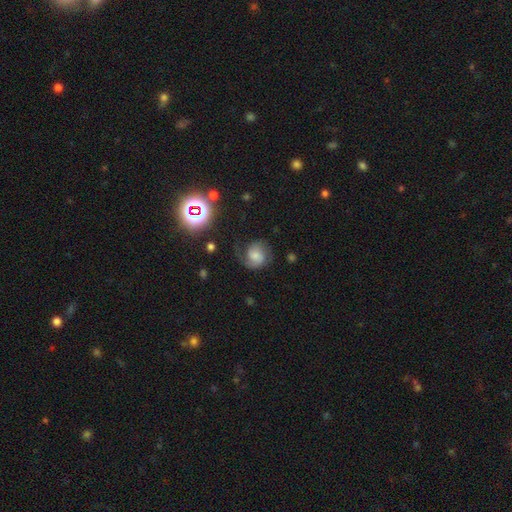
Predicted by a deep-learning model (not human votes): Smooth or featured: featured or disk — 56% (smooth — 32%)
Edge-on disk: no — 98% (yes — 2%)
Bar: no — 64% (weak — 29%)
Spiral arms: yes — 91% (no — 9%)
Spiral winding: medium — 44% (tight — 29%)
Spiral arm count: 2 — 60% (1 — 28%)
Bulge size: small — 38% (moderate — 36%)
Merging: none — 56% (minor disturbance — 21%)